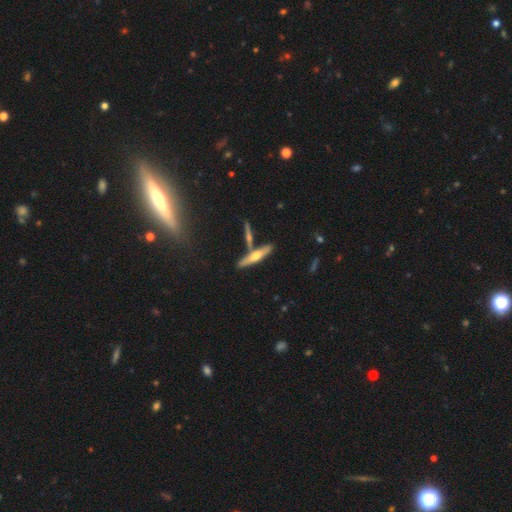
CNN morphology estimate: smooth-or-featured: featured or disk: 57% | smooth: 35% | star or artifact: 7%
  disk-edge-on: yes: 92% | no: 8%
    edge-on-bulge: rounded: 88% | none: 8% | boxy: 4%
  merging: none: 68% | merger: 19% | minor disturbance: 10% | major disturbance: 3%